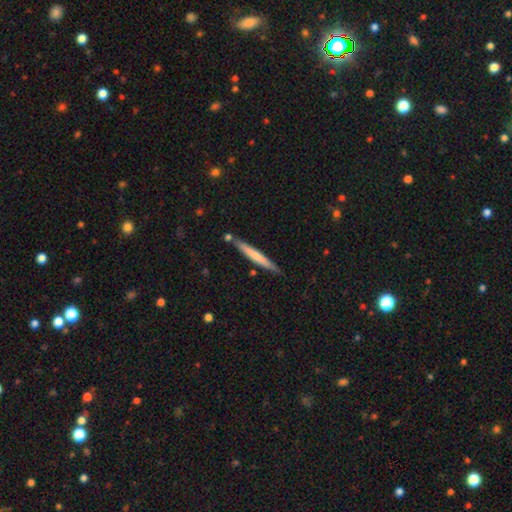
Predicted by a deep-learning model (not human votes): Smooth or featured? smooth (61%)
How rounded? cigar-shaped (96%)
Merging? none (81%)